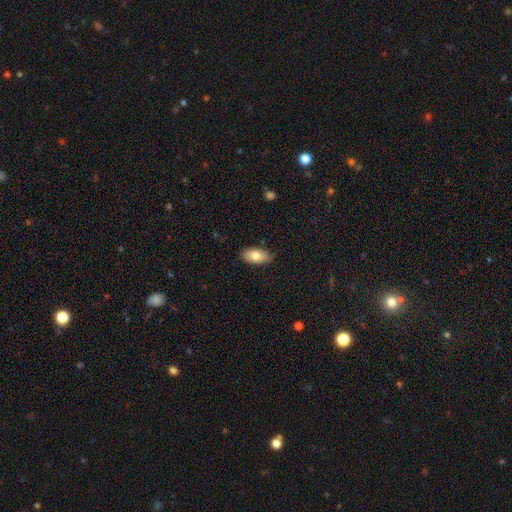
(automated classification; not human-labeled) The model was most divided on "smooth or featured": smooth: 78%, featured or disk: 15%, star or artifact: 7%. More confident: how rounded — in between (93%); merging — none (82%).